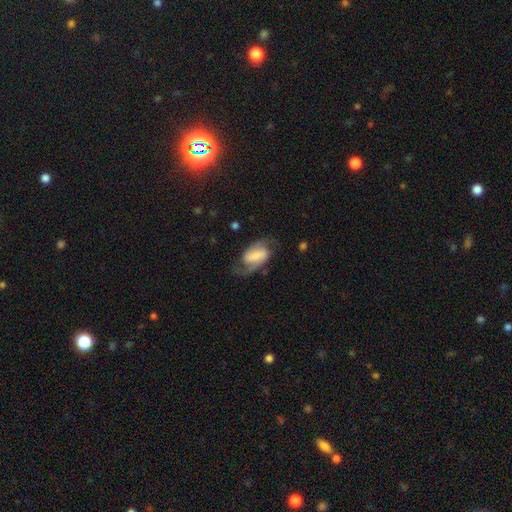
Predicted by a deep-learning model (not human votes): This appears to be a featured or disk galaxy (73%) with a strong bar (40%), 2 (87%) medium (49%) spiral arms (92%) and a small central bulge (33%). Merging: none (63%).